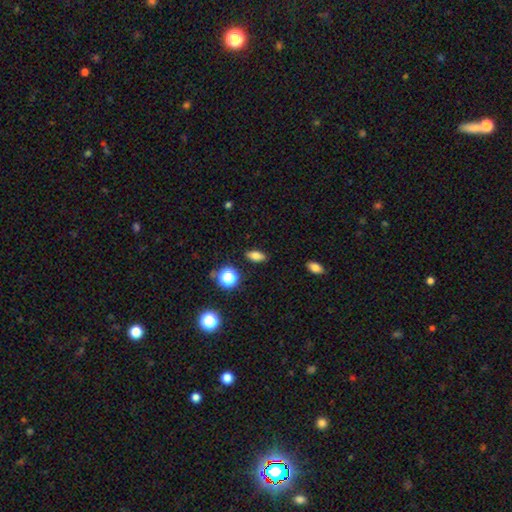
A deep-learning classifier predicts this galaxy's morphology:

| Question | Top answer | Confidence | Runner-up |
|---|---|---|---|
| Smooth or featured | smooth | 77% | star or artifact (13%) |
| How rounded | in between | 78% | cigar-shaped (13%) |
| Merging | none | 87% | minor disturbance (9%) |